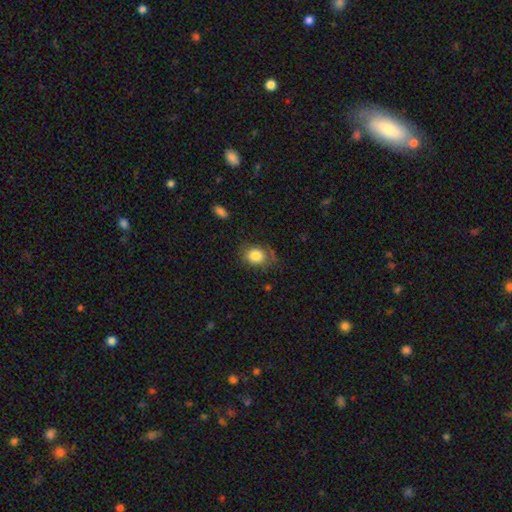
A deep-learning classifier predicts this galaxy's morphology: smooth-or-featured: smooth: 82% | featured or disk: 9% | star or artifact: 9%
  how-rounded: in between: 55% | round: 44% | cigar-shaped: 1%
  merging: none: 64% | minor disturbance: 25% | major disturbance: 9% | merger: 2%